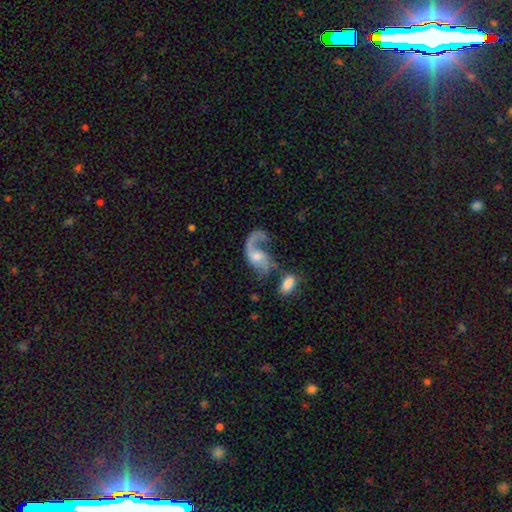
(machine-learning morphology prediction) A featured or disk galaxy (81%) with no bar (61%), 2 (49%) loose (69%) spiral arms (92%) and a moderate central bulge (45%). Merging: none (33%).